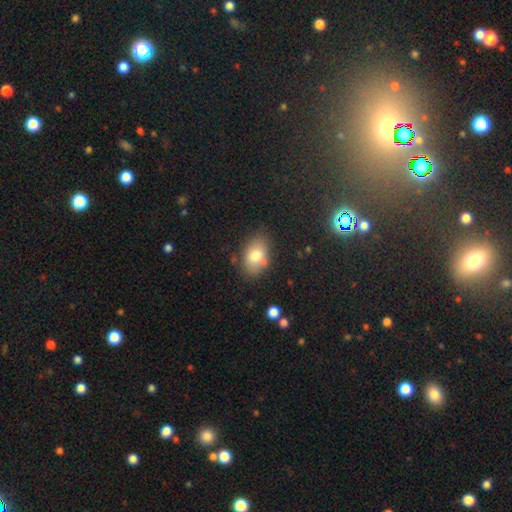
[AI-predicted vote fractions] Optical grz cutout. It shows a smooth galaxy with no disk features (77%) that is in between round and cigar-shaped (83%). Merging: none (73%).